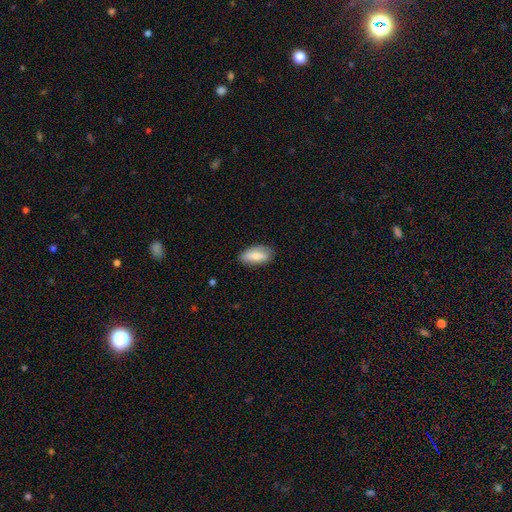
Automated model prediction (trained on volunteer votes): Smooth or featured?
  - smooth: 71% *
  - featured or disk: 22%
  - star or artifact: 6%
How rounded?
  - in between: 86% *
  - cigar-shaped: 10%
  - round: 3%
Merging?
  - none: 80% *
  - minor disturbance: 16%
  - major disturbance: 3%
  - merger: 1%